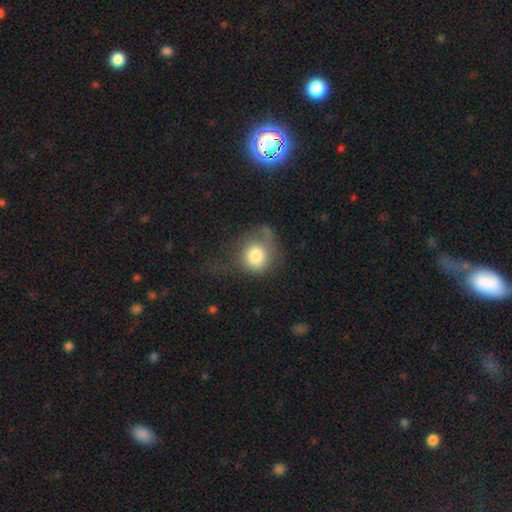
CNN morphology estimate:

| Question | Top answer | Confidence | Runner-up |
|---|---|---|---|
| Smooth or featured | smooth | 77% | featured or disk (15%) |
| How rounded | round | 78% | in between (21%) |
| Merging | none | 38% | major disturbance (32%) |